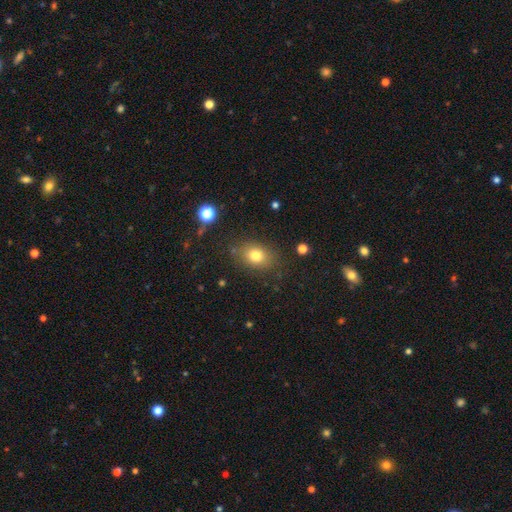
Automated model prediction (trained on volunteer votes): smooth 78%, star or artifact 12%, featured or disk 10%. Down the decision tree: how rounded — in between (66%); merging — none (80%).